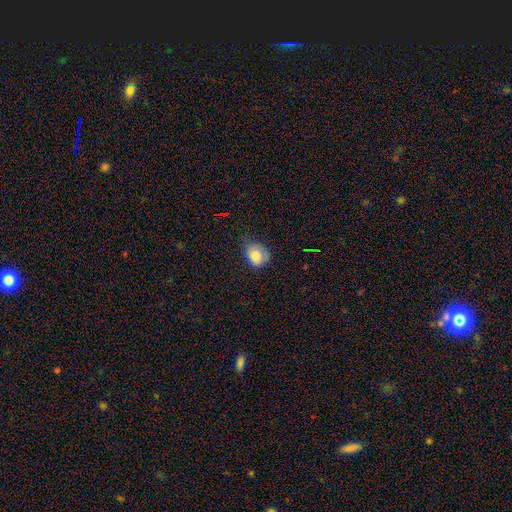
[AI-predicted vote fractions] A smooth galaxy with no disk features (82%) that is round (50%).

Vote fractions:
- Smooth or featured? smooth: 82% / star or artifact: 9% / featured or disk: 9%
- How rounded? round: 50% / in between: 49% / cigar-shaped: 1%
- Merging? none: 48% / minor disturbance: 40% / major disturbance: 10% / merger: 2%